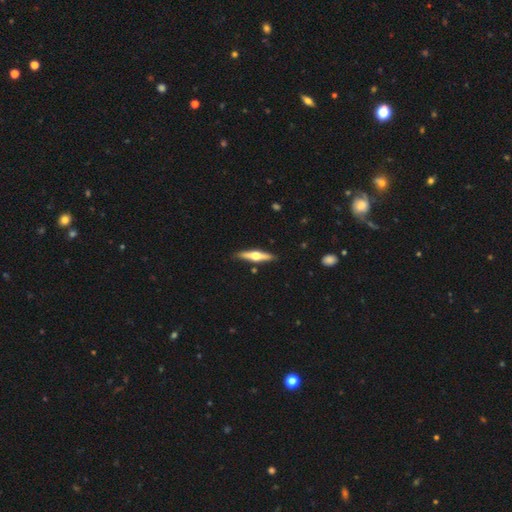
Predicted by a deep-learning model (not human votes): Smooth or featured?
  - featured or disk: 66% *
  - smooth: 29%
  - star or artifact: 5%
Edge-on disk?
  - yes: 96% *
  - no: 4%
Edge-on bulge?
  - rounded: 95% *
  - boxy: 3%
  - none: 3%
Merging?
  - none: 89% *
  - minor disturbance: 8%
  - merger: 2%
  - major disturbance: 2%